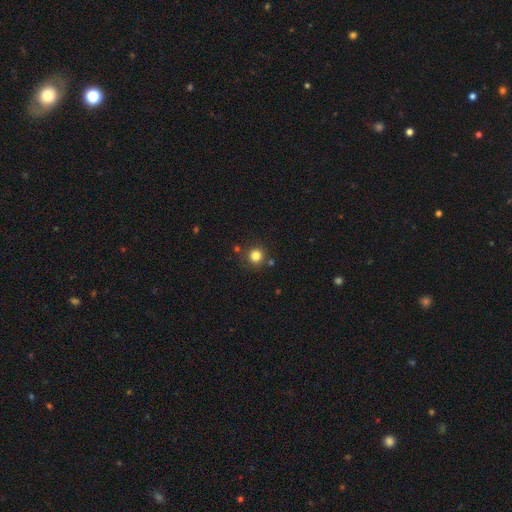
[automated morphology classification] type=smooth (82%); roundness=round (93%); merging=none (84%).